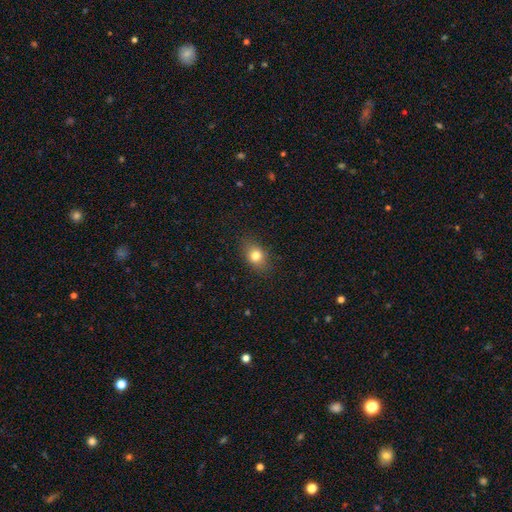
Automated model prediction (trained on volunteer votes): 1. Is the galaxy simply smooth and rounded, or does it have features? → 78% smooth, 11% star or artifact, 11% featured or disk.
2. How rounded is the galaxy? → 64% in between, 33% round, 2% cigar-shaped.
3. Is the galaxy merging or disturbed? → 84% none, 12% minor disturbance, 3% major disturbance, 1% merger.